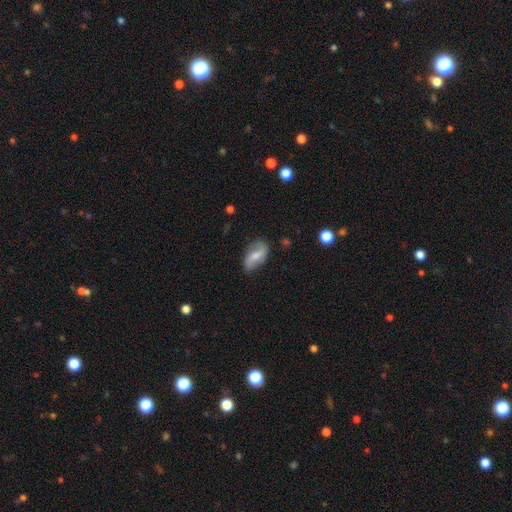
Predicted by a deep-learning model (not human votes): Overall: smooth (49%; featured or disk 44%). Merging: none (65%; minor disturbance 26%).